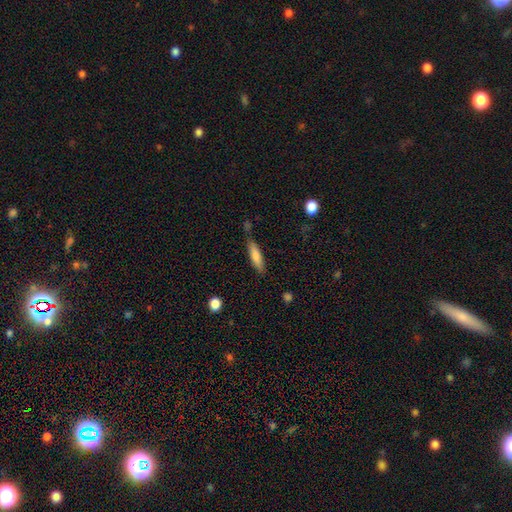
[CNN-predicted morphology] The model was most divided on "how rounded": cigar-shaped: 72%, in between: 27%, round: 2%. More confident: smooth or featured — smooth (77%); merging — none (72%).